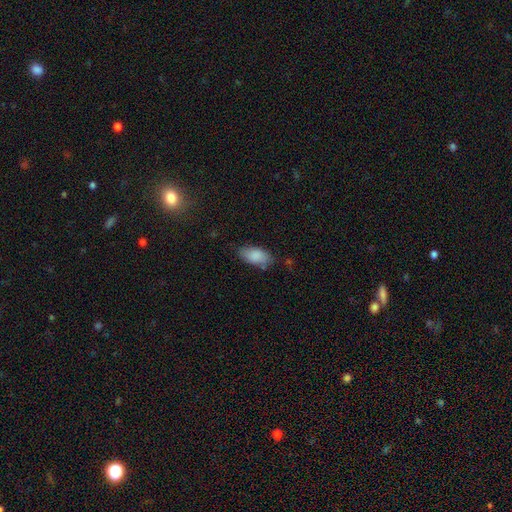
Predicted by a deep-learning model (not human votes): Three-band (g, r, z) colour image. It shows a smooth galaxy with no disk features (86%) that is in between round and cigar-shaped (92%). Merging: none (72%).